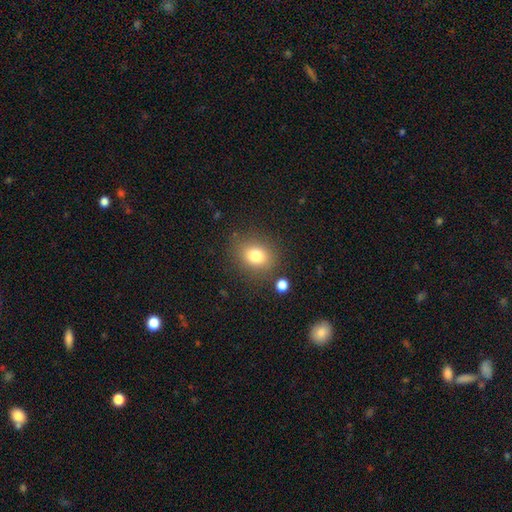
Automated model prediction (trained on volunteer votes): A smooth galaxy with no disk features (79%) that is round (63%).

Vote fractions:
- Smooth or featured? smooth: 79% / star or artifact: 12% / featured or disk: 9%
- How rounded? round: 63% / in between: 36% / cigar-shaped: 1%
- Merging? none: 80% / minor disturbance: 11% / major disturbance: 4% / merger: 4%